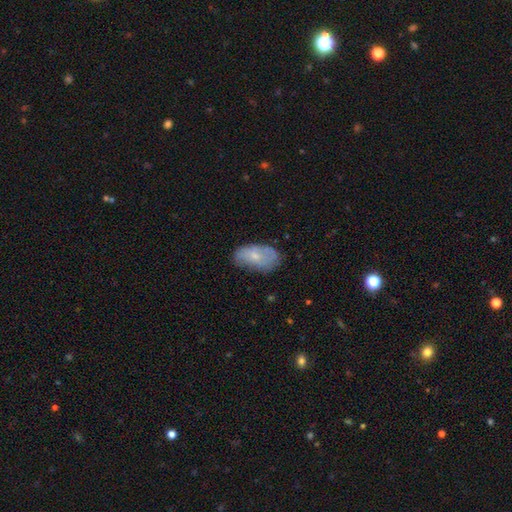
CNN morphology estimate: Smooth or featured?
  - smooth: 54% *
  - featured or disk: 38%
  - star or artifact: 8%
How rounded?
  - in between: 92% *
  - round: 5%
  - cigar-shaped: 3%
Merging?
  - none: 60% *
  - minor disturbance: 29%
  - major disturbance: 9%
  - merger: 2%